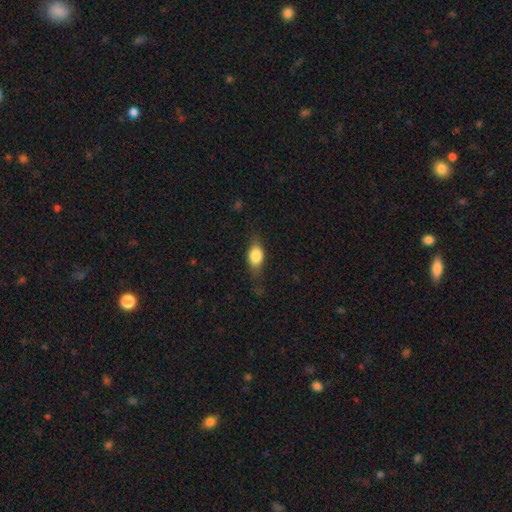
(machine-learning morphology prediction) Smooth or featured? Predicted: smooth (p=0.75). How rounded? Predicted: in between (p=0.76). Merging? Predicted: none (p=0.64).